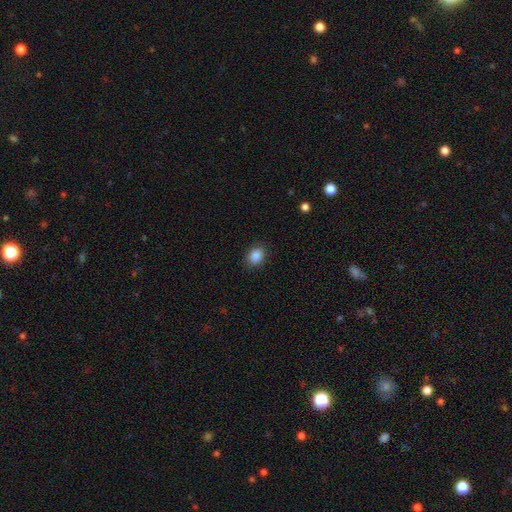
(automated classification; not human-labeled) This is clearly a smooth galaxy (88%). How rounded: likely in between (61%). Merging: clearly none (87%).